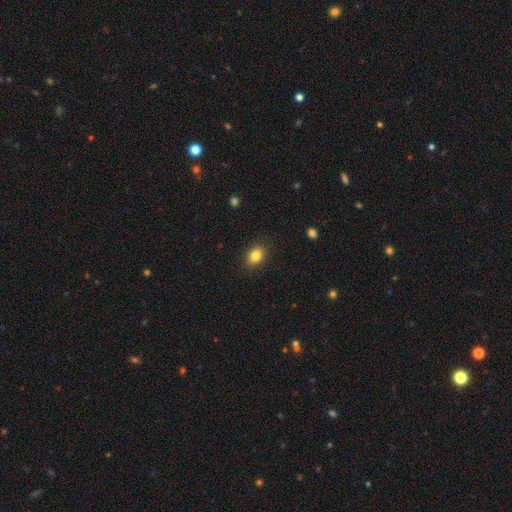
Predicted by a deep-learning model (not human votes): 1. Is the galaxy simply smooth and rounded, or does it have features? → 82% smooth, 10% star or artifact, 8% featured or disk.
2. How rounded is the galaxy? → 68% in between, 31% round, 1% cigar-shaped.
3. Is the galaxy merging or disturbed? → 88% none, 9% minor disturbance, 2% major disturbance, 1% merger.